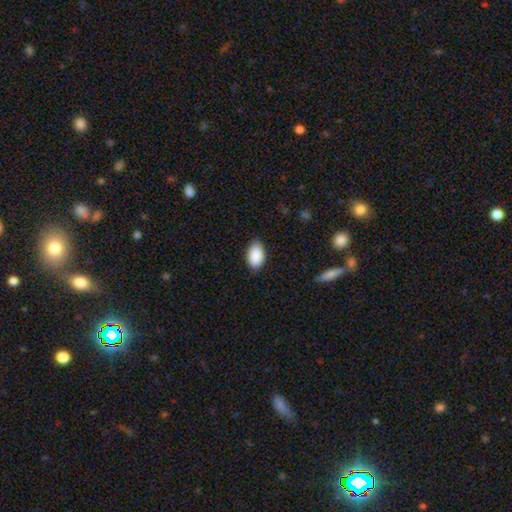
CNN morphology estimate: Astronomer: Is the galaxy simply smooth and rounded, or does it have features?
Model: smooth — 91%.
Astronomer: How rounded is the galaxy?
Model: in between — 94%.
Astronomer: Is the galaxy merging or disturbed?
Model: none — 85%.